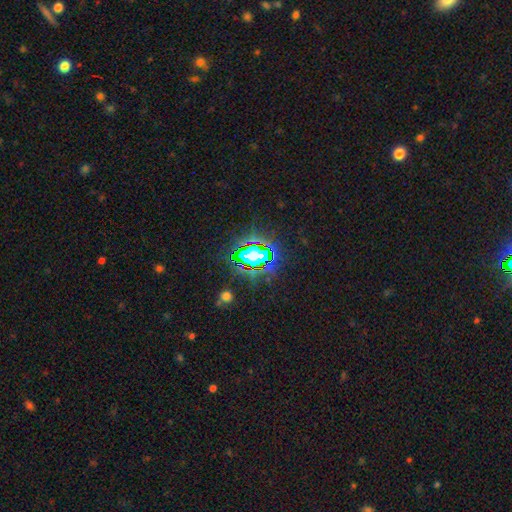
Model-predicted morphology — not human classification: Smooth or featured? Predicted: star or artifact (p=0.70).